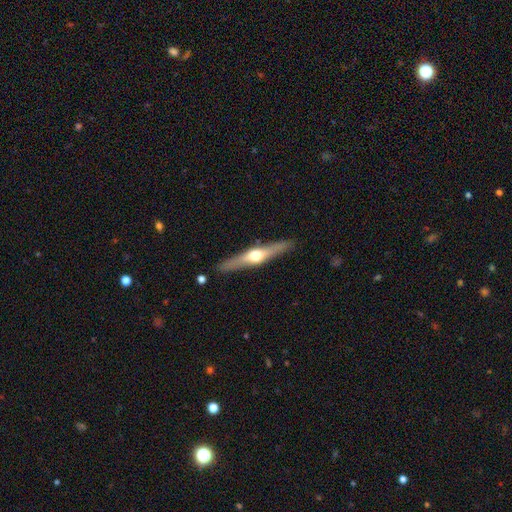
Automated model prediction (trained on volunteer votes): This is likely a featured or disk galaxy (70%). It is clearly viewed edge-on (96%). Edge-on bulge: clearly rounded (95%). Merging: clearly none (90%).